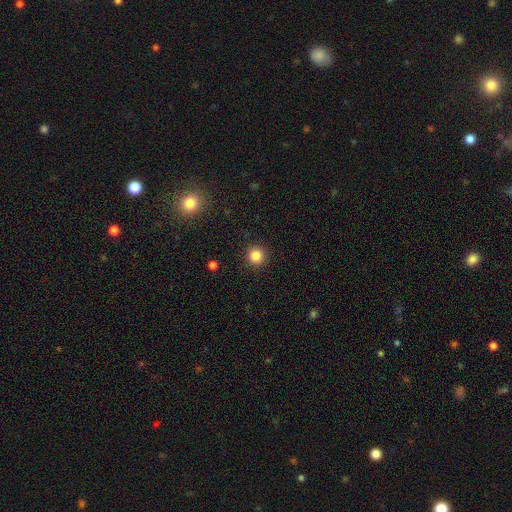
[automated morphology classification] type=smooth (85%); roundness=round (95%); merging=none (91%).